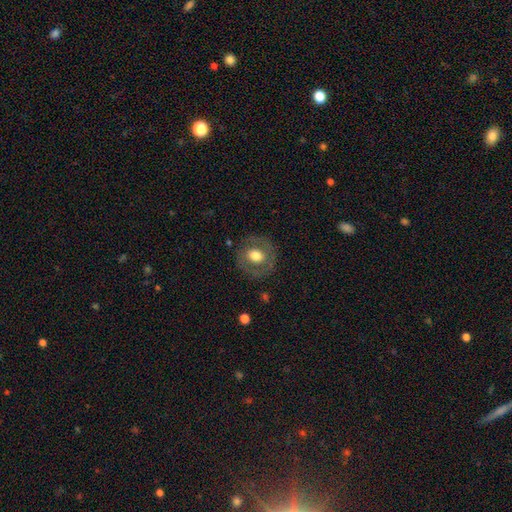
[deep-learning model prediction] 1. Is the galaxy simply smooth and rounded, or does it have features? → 54% smooth, 38% featured or disk, 7% star or artifact.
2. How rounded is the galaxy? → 82% round, 18% in between, 1% cigar-shaped.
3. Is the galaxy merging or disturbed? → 80% none, 12% minor disturbance, 6% major disturbance, 1% merger.